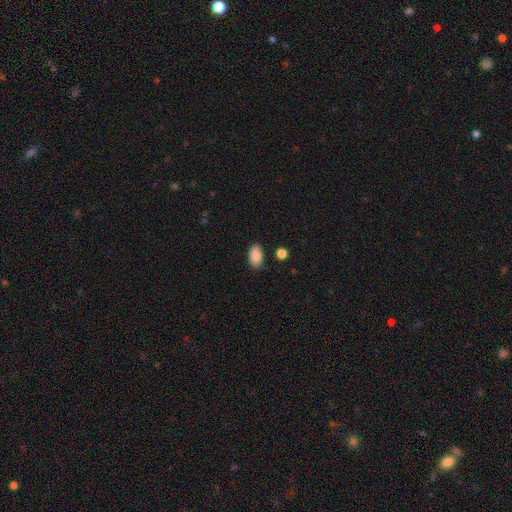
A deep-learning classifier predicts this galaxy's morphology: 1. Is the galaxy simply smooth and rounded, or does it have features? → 89% smooth, 7% star or artifact, 4% featured or disk.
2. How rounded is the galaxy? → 93% in between, 5% round, 2% cigar-shaped.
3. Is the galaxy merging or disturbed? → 85% none, 10% minor disturbance, 2% major disturbance, 2% merger.